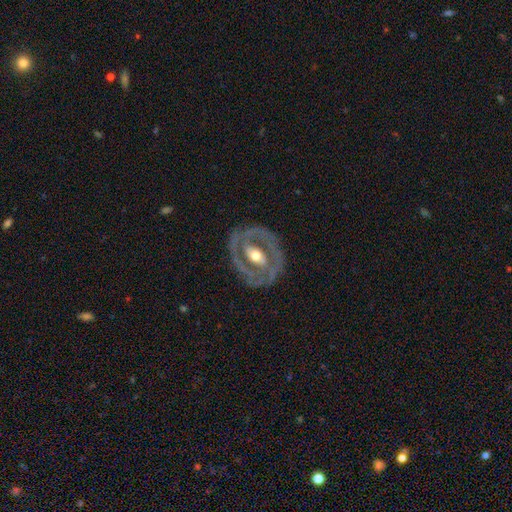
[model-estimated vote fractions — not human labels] featured or disk 79%, smooth 16%, star or artifact 4%. Down the decision tree: edge-on disk — no (95%); bar — no (38%); spiral arms — yes (58%); bulge size — moderate (71%); merging — none (76%).